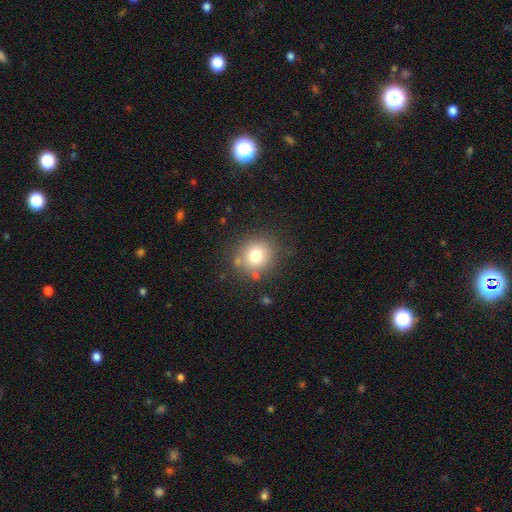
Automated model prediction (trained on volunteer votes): A smooth galaxy with no disk features (76%) that is round (85%).

Vote fractions:
- Smooth or featured? smooth: 76% / star or artifact: 12% / featured or disk: 11%
- How rounded? round: 85% / in between: 14% / cigar-shaped: 1%
- Merging? none: 80% / minor disturbance: 11% / merger: 4% / major disturbance: 4%